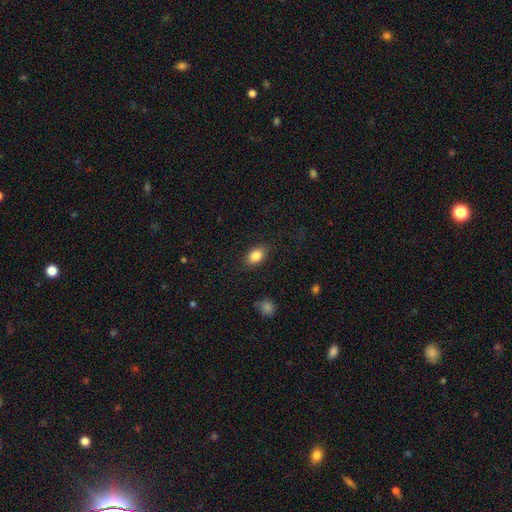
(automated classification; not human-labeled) This appears to be a smooth galaxy with no disk features (86%) that is in between round and cigar-shaped (83%). Merging: none (86%).